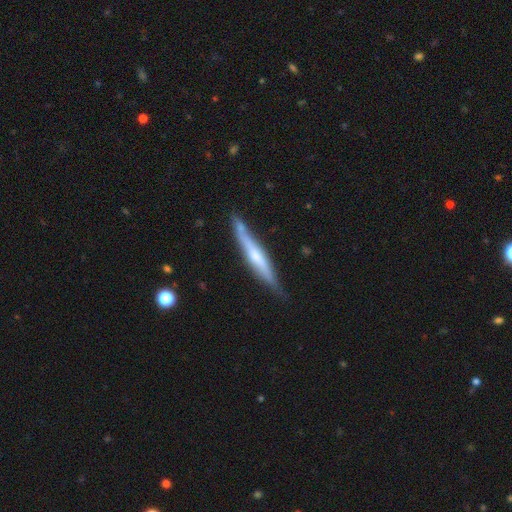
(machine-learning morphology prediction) A featured or disk galaxy (62%) viewed edge-on (95%) with a rounded central bulge (62%). Merging: none (78%).